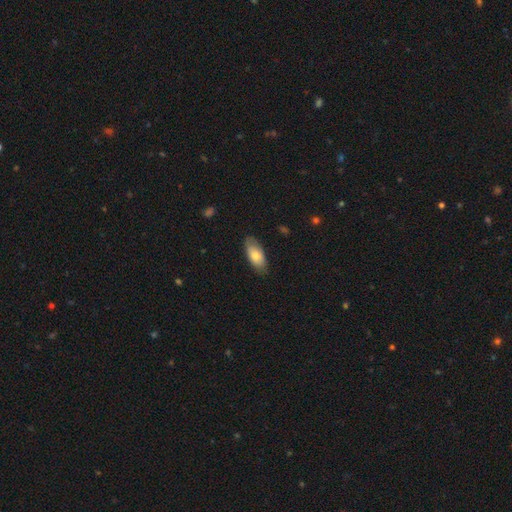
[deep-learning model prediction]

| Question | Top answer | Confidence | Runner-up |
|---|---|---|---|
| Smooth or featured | smooth | 73% | featured or disk (20%) |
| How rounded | in between | 90% | cigar-shaped (8%) |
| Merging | none | 79% | minor disturbance (17%) |